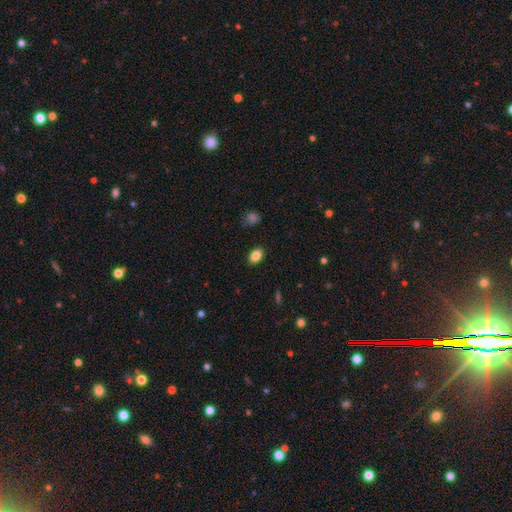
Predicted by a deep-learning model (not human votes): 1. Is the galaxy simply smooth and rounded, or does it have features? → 85% smooth, 9% star or artifact, 6% featured or disk.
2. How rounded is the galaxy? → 82% in between, 16% round, 2% cigar-shaped.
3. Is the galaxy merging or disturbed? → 87% none, 10% minor disturbance, 2% major disturbance, 1% merger.